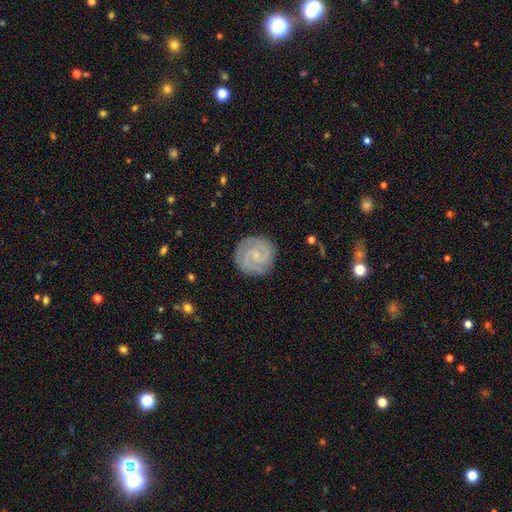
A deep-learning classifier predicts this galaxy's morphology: Smooth or featured?
  - featured or disk: 82% *
  - smooth: 13%
  - star or artifact: 6%
Edge-on disk?
  - no: 98% *
  - yes: 2%
Bar?
  - no: 55% *
  - weak: 38%
  - strong: 7%
Spiral arms?
  - yes: 97% *
  - no: 3%
Spiral winding?
  - tight: 64% *
  - medium: 31%
  - loose: 6%
Spiral arm count?
  - 2: 57% *
  - 3: 19%
  - can't tell: 12%
  - 4: 5%
  - 1: 4%
  - more than 4: 4%
Bulge size?
  - small: 76% *
  - moderate: 12%
  - none: 10%
  - large: 1%
  - dominant: 1%
Merging?
  - none: 86% *
  - minor disturbance: 10%
  - major disturbance: 3%
  - merger: 1%